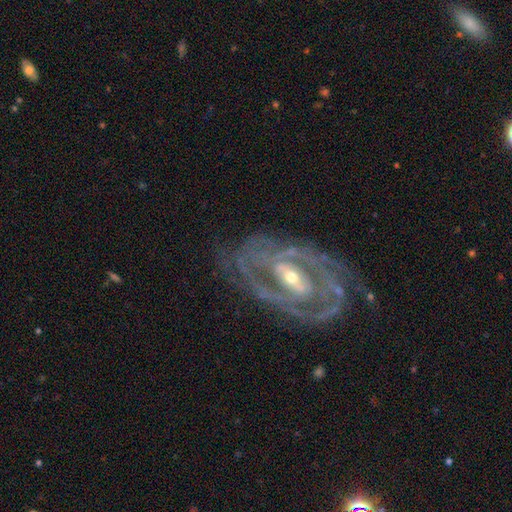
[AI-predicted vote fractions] smooth-or-featured: featured or disk: 90% | star or artifact: 5% | smooth: 5%
  disk-edge-on: no: 95% | yes: 5%
    bar: strong: 45% | weak: 33% | no: 23%
    has-spiral-arms: yes: 94% | no: 6%
      spiral-winding: tight: 58% | medium: 34% | loose: 8%
      spiral-arm-count: 2: 57% | can't tell: 16% | 3: 14% | 4: 5% | 1: 4% | more than 4: 4%
    bulge-size: small: 58% | moderate: 38% | large: 2% | none: 1% | dominant: 1%
  merging: none: 71% | minor disturbance: 17% | major disturbance: 10% | merger: 2%